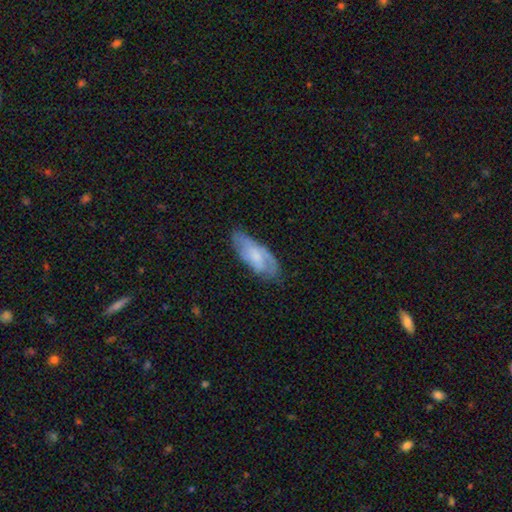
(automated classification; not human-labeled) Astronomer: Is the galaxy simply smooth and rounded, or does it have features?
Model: smooth — 53% (runner-up: featured or disk, 40%).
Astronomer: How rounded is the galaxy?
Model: in between — 76%.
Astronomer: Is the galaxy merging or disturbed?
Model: none — 62%.